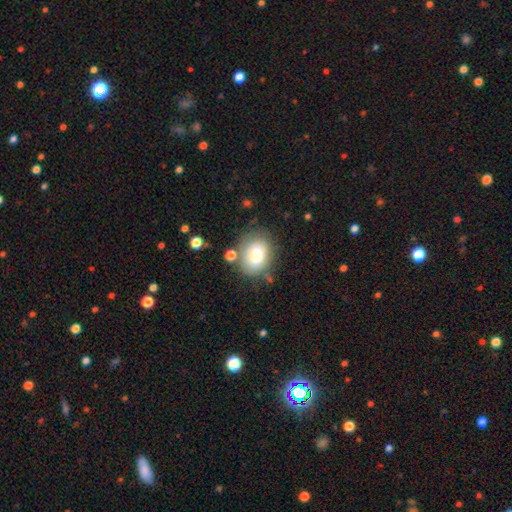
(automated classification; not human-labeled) smooth-or-featured: smooth: 75% | featured or disk: 16% | star or artifact: 9%
  how-rounded: in between: 65% | round: 34% | cigar-shaped: 1%
  merging: none: 61% | minor disturbance: 21% | merger: 10% | major disturbance: 9%